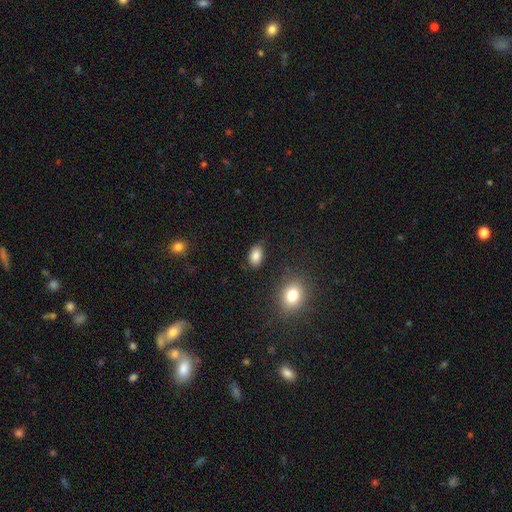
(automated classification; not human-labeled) smooth-or-featured: smooth: 85% | star or artifact: 9% | featured or disk: 5%
  how-rounded: in between: 87% | round: 11% | cigar-shaped: 2%
  merging: none: 83% | minor disturbance: 12% | major disturbance: 3% | merger: 2%